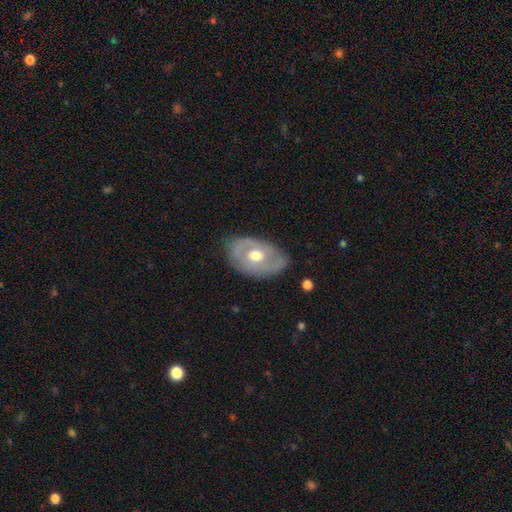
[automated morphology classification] featured or disk 58%, smooth 37%, star or artifact 5%. Down the decision tree: edge-on disk — no (90%); bar — no (80%); spiral arms — no (72%); bulge size — moderate (73%); merging — none (76%).